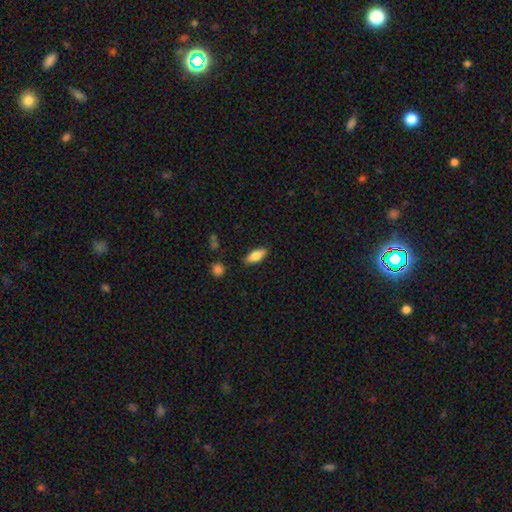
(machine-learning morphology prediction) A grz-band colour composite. It shows a smooth galaxy with no disk features (75%) that is in between round and cigar-shaped (78%). Merging: none (86%).